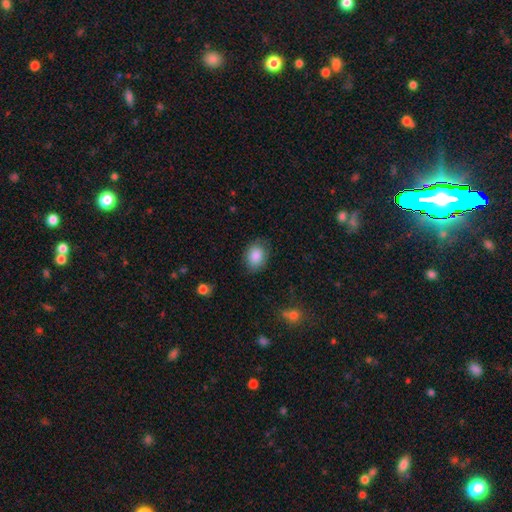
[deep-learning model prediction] Q: Smooth or featured?
A: smooth (87%); runner-up: star or artifact (8%)
Q: How rounded?
A: in between (58%); runner-up: round (41%)
Q: Merging?
A: none (78%); runner-up: minor disturbance (16%)